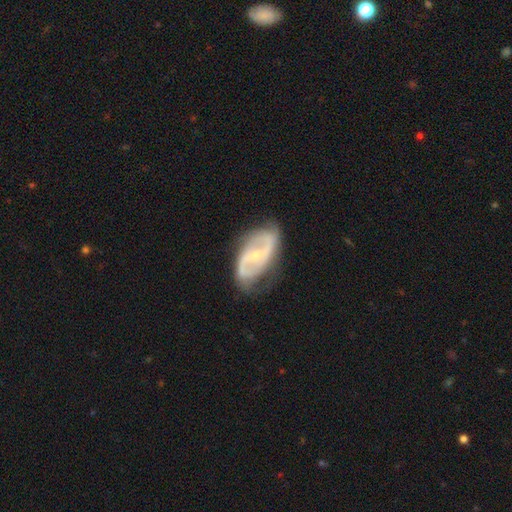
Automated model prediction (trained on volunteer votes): This appears to be a featured or disk galaxy (82%) with a weak bar (42%), 2 (83%) medium (43%) spiral arms (89%) and a small central bulge (71%). Merging: none (67%).